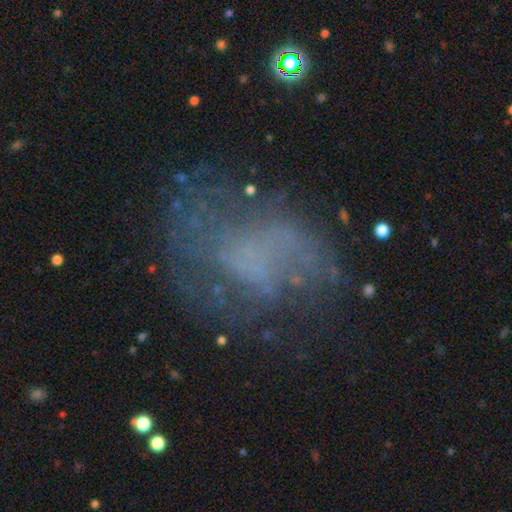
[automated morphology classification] Q: Smooth or featured?
A: featured or disk (52%); runner-up: smooth (29%)
Q: Edge-on disk?
A: no (97%); runner-up: yes (3%)
Q: Bar?
A: no (81%); runner-up: weak (16%)
Q: Spiral arms?
A: no (55%); runner-up: yes (45%)
Q: Bulge size?
A: none (73%); runner-up: small (13%)
Q: Merging?
A: none (51%); runner-up: major disturbance (26%)